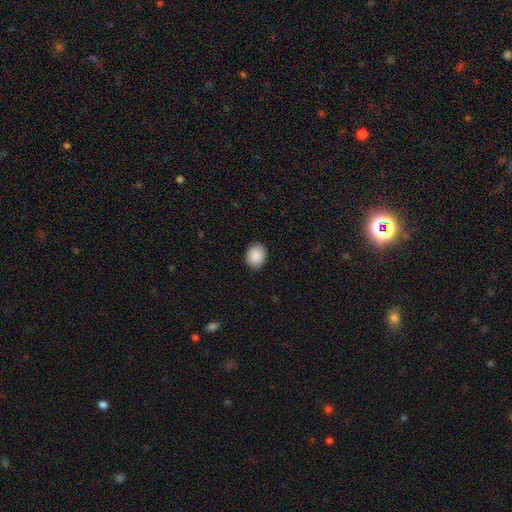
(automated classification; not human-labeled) This appears to be a smooth galaxy with no disk features (89%) that is round (55%). Merging: none (89%).